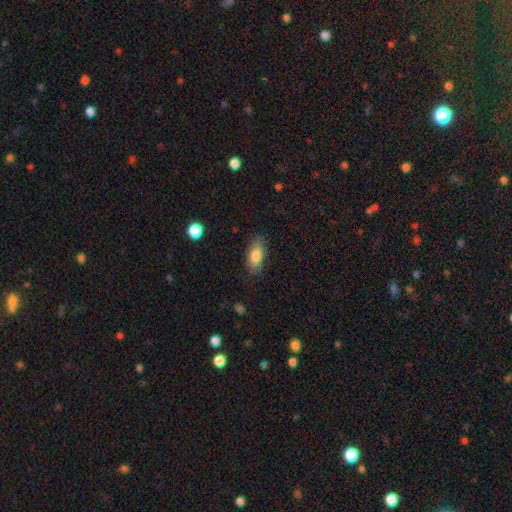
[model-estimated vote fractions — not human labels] Smooth or featured: smooth — 82% (featured or disk — 11%)
How rounded: in between — 88% (cigar-shaped — 7%)
Merging: none — 80% (minor disturbance — 15%)